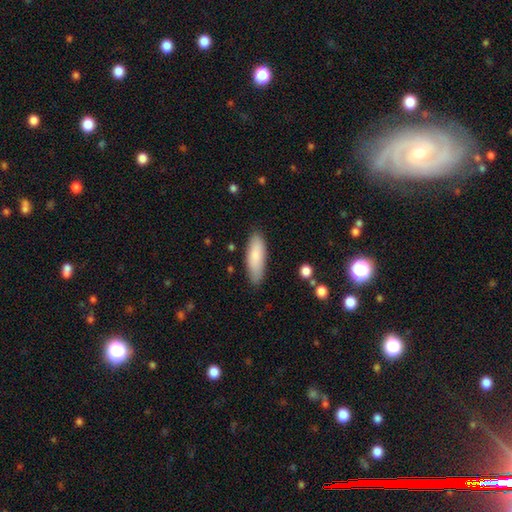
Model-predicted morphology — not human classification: smooth_or_featured: smooth (p=0.83) [alt: featured or disk p=0.11]
how_rounded: in between (p=0.55) [alt: cigar-shaped p=0.43]
merging: none (p=0.85) [alt: minor disturbance p=0.12]